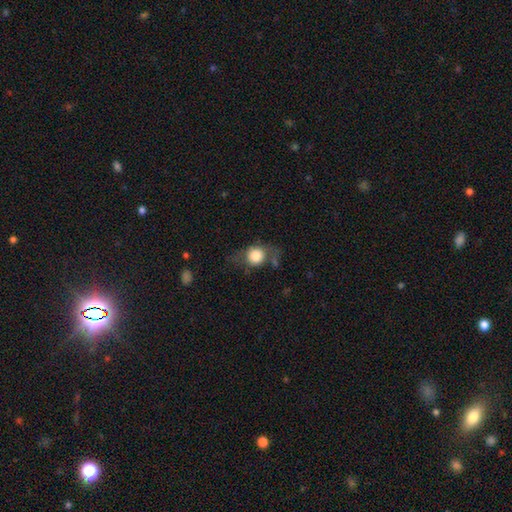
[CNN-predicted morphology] Q: Smooth or featured?
A: smooth (73%); runner-up: featured or disk (19%)
Q: How rounded?
A: round (73%); runner-up: in between (26%)
Q: Merging?
A: none (54%); runner-up: minor disturbance (24%)